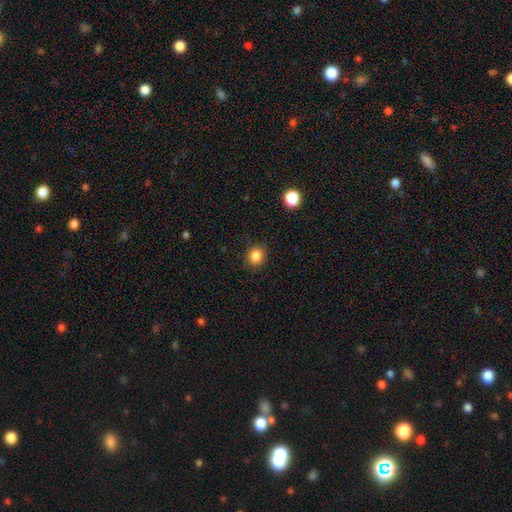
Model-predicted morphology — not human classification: Q: Smooth or featured?
A: smooth (85%); runner-up: star or artifact (11%)
Q: How rounded?
A: round (76%); runner-up: in between (23%)
Q: Merging?
A: none (89%); runner-up: minor disturbance (8%)